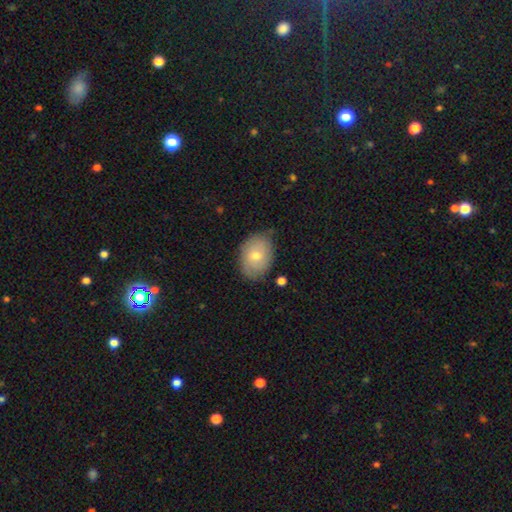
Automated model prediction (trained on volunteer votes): Smooth or featured?
  - smooth: 67% *
  - featured or disk: 25%
  - star or artifact: 8%
How rounded?
  - in between: 76% *
  - round: 23%
  - cigar-shaped: 1%
Merging?
  - none: 75% *
  - minor disturbance: 20%
  - major disturbance: 3%
  - merger: 2%